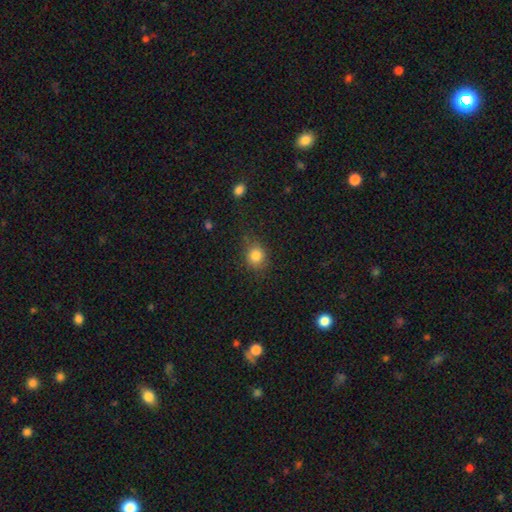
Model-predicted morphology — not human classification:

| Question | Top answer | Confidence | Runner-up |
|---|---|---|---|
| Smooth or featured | smooth | 82% | star or artifact (11%) |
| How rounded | round | 76% | in between (23%) |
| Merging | none | 74% | minor disturbance (18%) |